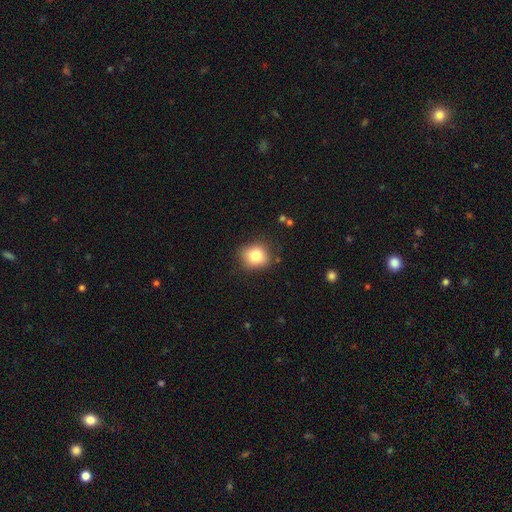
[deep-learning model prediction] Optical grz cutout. It shows a smooth galaxy with no disk features (80%) that is round (78%). Merging: none (83%).